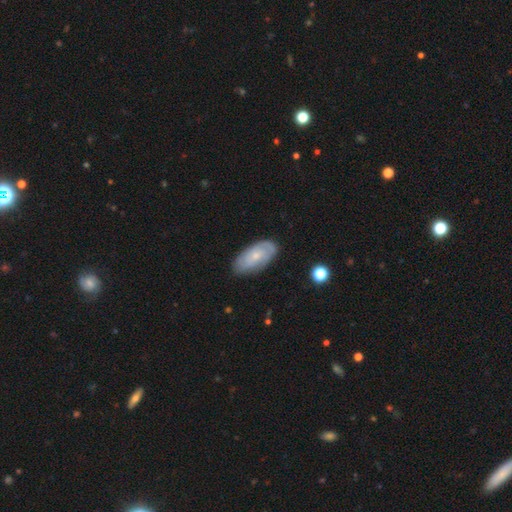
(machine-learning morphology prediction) smooth_or_featured: featured or disk (p=0.49) [alt: smooth p=0.44]
merging: none (p=0.79) [alt: minor disturbance p=0.16]